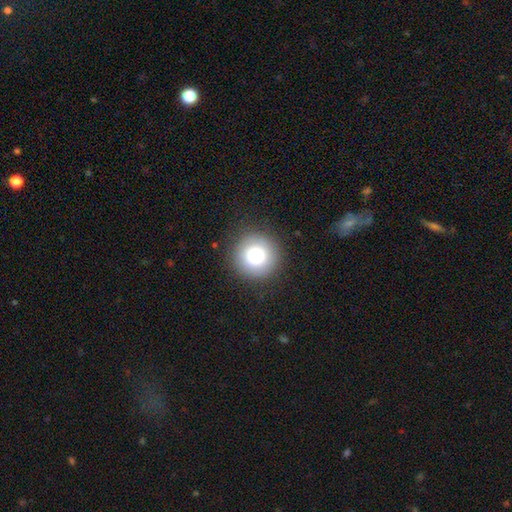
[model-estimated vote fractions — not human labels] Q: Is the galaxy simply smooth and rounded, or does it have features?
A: smooth — 78%.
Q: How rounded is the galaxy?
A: round — 96%.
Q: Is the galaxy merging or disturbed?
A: none — 91%.